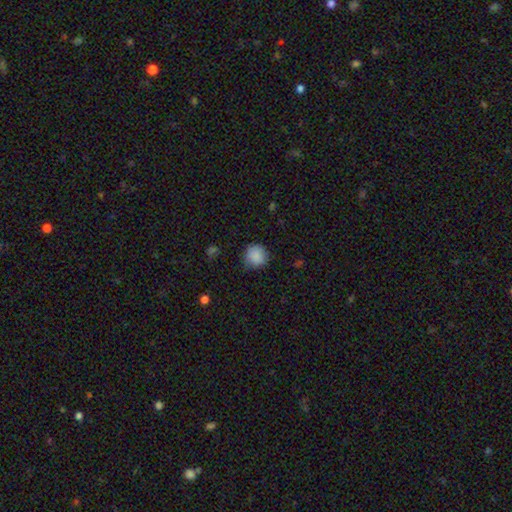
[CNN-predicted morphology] type=smooth (86%); roundness=round (91%); merging=none (74%).